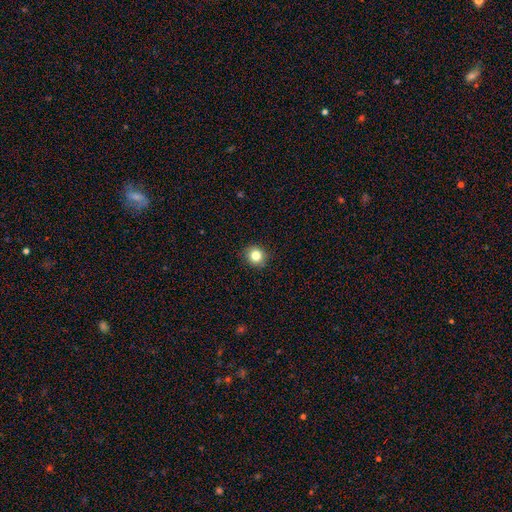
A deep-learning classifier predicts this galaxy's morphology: smooth 82%, star or artifact 11%, featured or disk 6%. Down the decision tree: how rounded — round (89%); merging — none (91%).